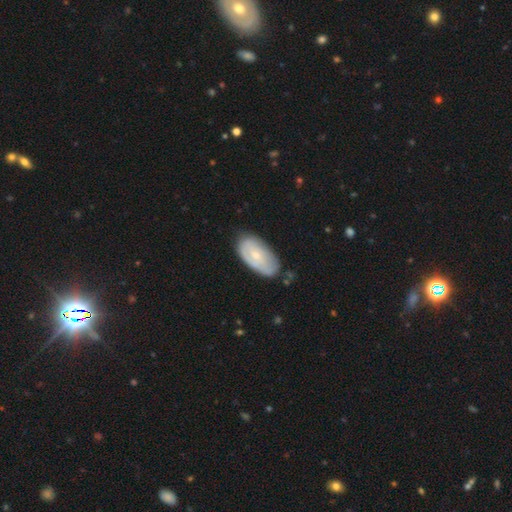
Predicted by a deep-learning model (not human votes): smooth_or_featured: smooth (p=0.51) [alt: featured or disk p=0.43]
how_rounded: in between (p=0.93) [alt: round p=0.04]
merging: none (p=0.67) [alt: minor disturbance p=0.25]